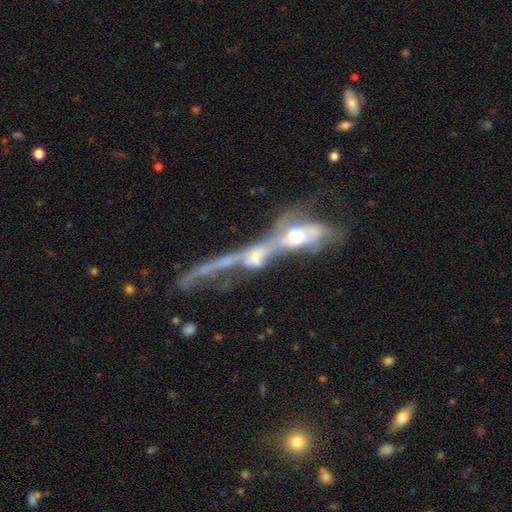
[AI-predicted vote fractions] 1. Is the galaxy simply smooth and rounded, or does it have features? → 60% featured or disk, 26% smooth, 14% star or artifact.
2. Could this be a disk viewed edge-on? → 71% no, 29% yes.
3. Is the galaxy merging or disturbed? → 77% merger, 12% major disturbance, 7% none, 4% minor disturbance.